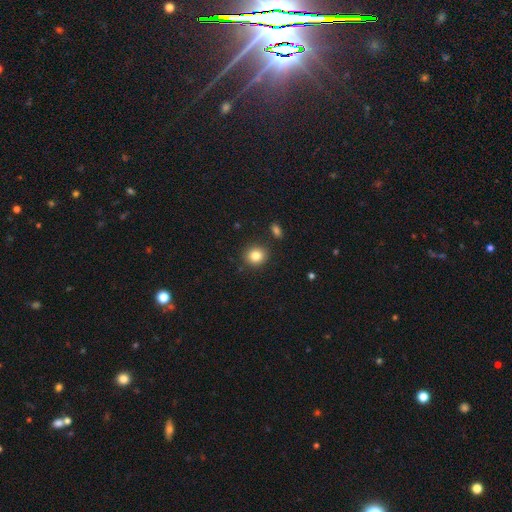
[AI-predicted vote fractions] A smooth galaxy with no disk features (83%) that is round (84%). Merging: none (87%).